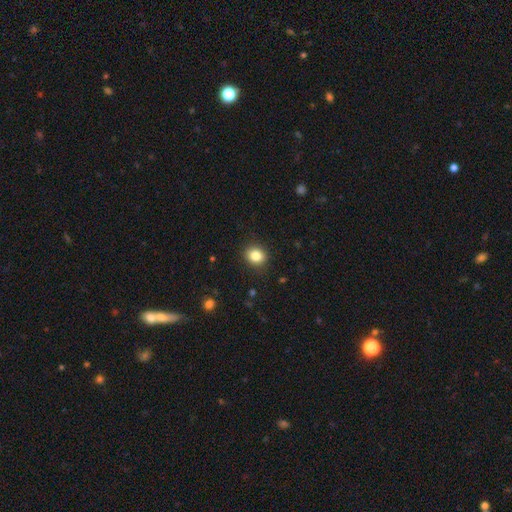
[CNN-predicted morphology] smooth 84%, star or artifact 10%, featured or disk 6%. Down the decision tree: how rounded — round (69%); merging — none (89%).